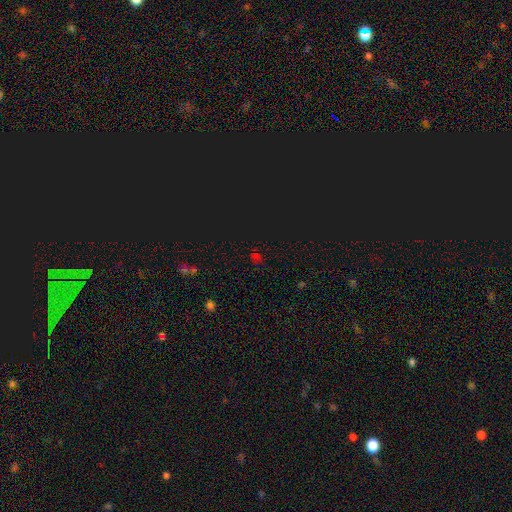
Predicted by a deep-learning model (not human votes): A star or artifact, not a galaxy (66%).